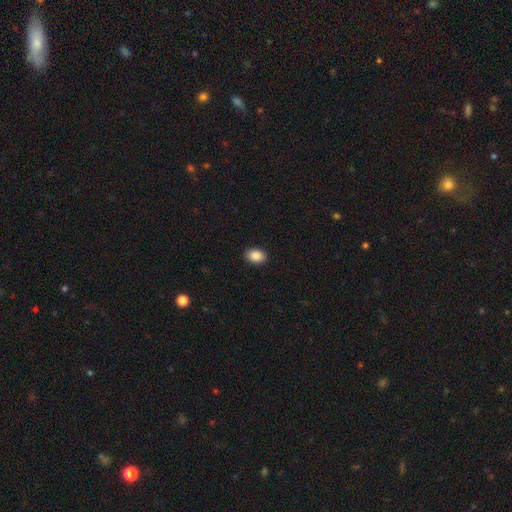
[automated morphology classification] smooth-or-featured: smooth: 88% | star or artifact: 8% | featured or disk: 4%
  how-rounded: in between: 78% | round: 21% | cigar-shaped: 1%
  merging: none: 91% | minor disturbance: 6% | major disturbance: 2% | merger: 1%